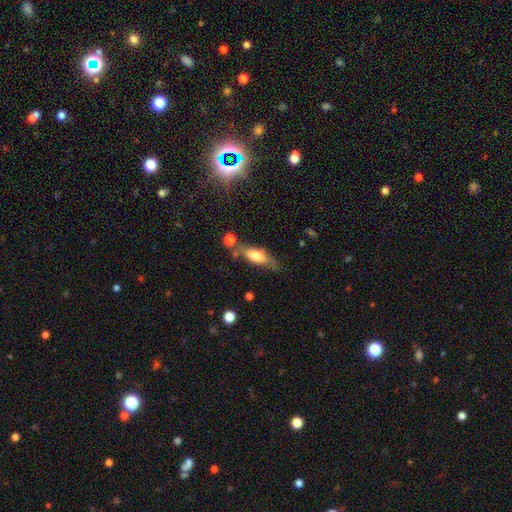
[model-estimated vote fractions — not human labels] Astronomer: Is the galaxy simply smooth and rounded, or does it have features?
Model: smooth — 51% (runner-up: featured or disk, 42%).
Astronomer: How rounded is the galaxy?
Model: in between — 63%.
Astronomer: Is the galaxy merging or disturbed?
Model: none — 51% (runner-up: minor disturbance, 27%).